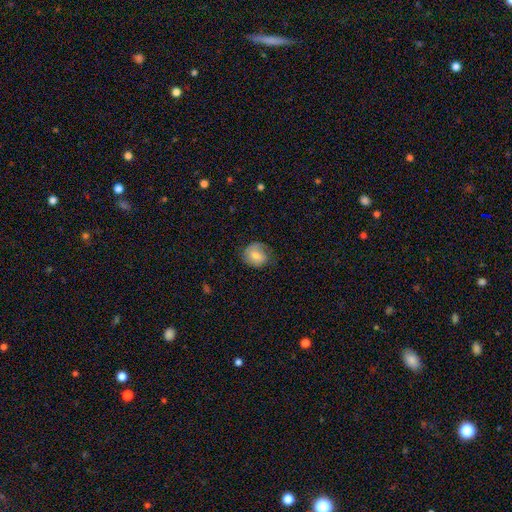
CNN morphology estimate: The model was most divided on "merging": none: 61%, minor disturbance: 27%, major disturbance: 11%, merger: 1%. More confident: smooth or featured — smooth (71%); how rounded — round (67%).